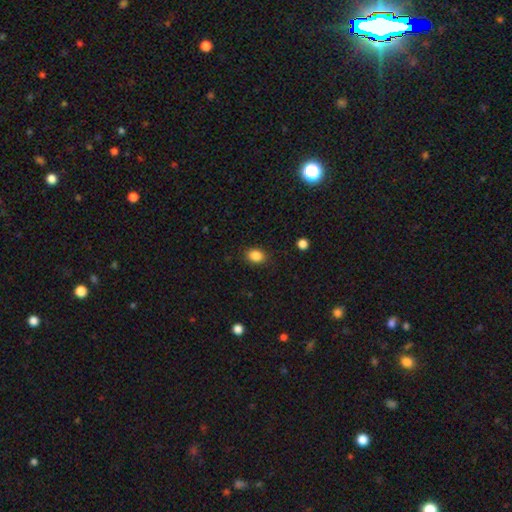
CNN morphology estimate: smooth 87%, star or artifact 10%, featured or disk 4%. Down the decision tree: how rounded — in between (58%); merging — none (86%).